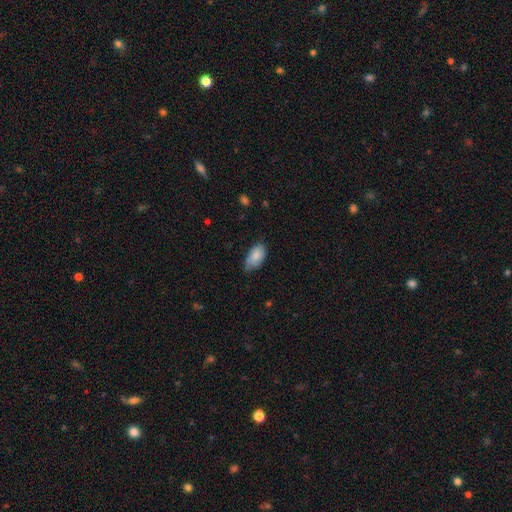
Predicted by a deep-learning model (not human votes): This is clearly a smooth galaxy (80%). How rounded: clearly in between (94%). Merging: possibly none (56%).